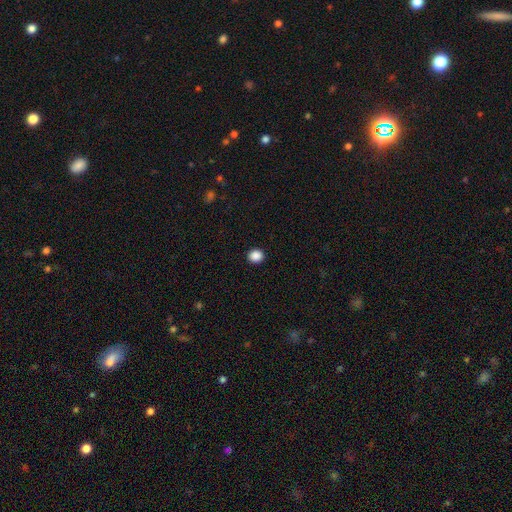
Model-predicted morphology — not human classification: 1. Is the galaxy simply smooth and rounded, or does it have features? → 88% smooth, 10% star or artifact, 2% featured or disk.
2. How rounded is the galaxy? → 85% round, 14% in between, 1% cigar-shaped.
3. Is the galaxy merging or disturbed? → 93% none, 5% minor disturbance, 2% major disturbance, 1% merger.